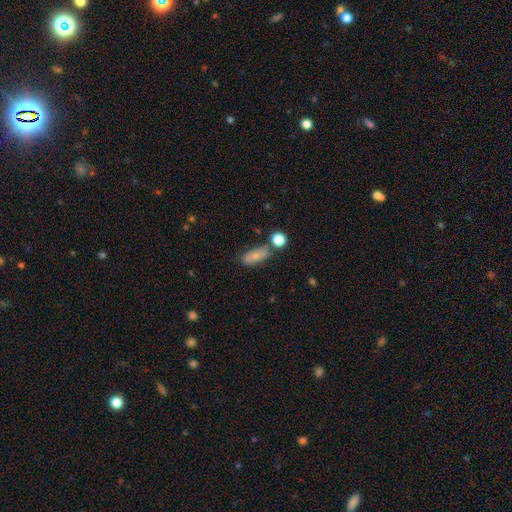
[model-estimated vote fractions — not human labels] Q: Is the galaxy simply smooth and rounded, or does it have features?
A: smooth — 72%.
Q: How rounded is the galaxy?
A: in between — 78%.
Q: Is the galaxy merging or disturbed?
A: none — 63%.